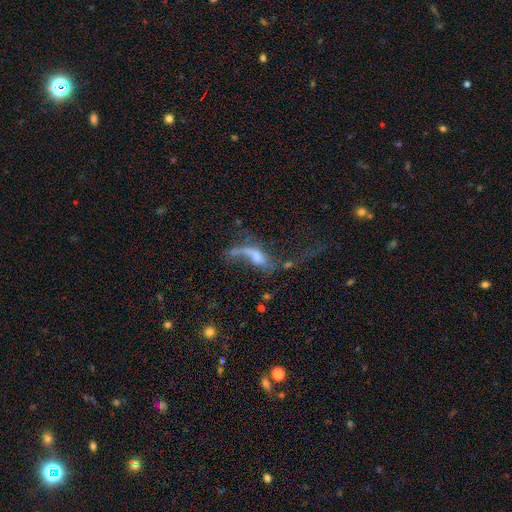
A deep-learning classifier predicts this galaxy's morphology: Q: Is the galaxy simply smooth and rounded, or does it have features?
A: featured or disk — 56%.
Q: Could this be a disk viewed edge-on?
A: no — 85%.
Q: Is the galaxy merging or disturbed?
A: major disturbance — 49%.